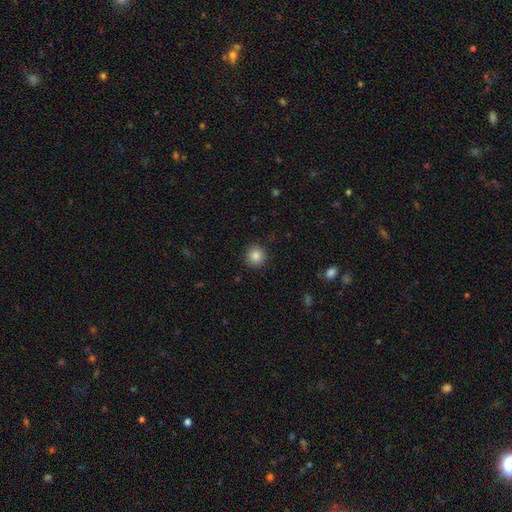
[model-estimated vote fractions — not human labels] Smooth or featured? Predicted: smooth (p=0.86). How rounded? Predicted: round (p=0.95). Merging? Predicted: none (p=0.92).